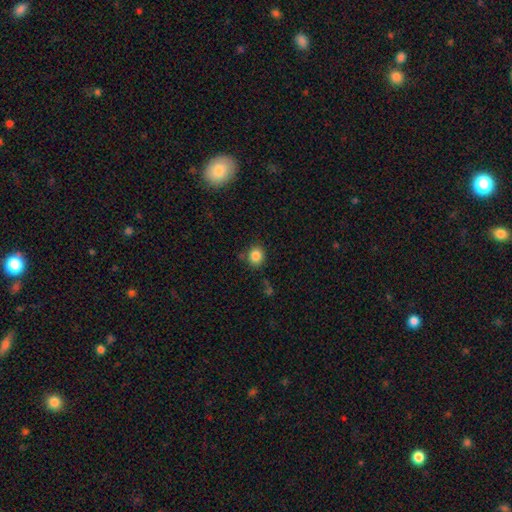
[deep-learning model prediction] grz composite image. It shows a smooth galaxy with no disk features (85%) that is round (75%). Merging: none (79%).